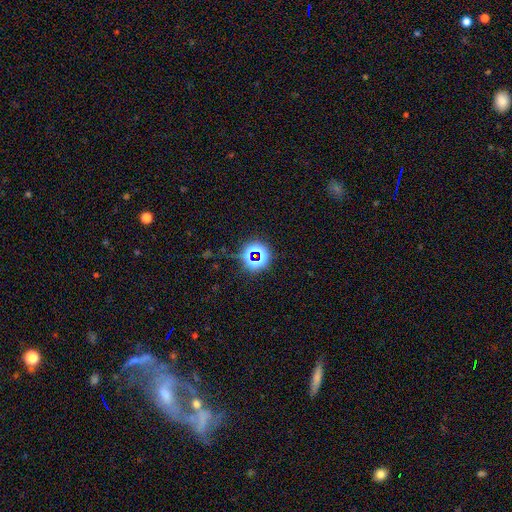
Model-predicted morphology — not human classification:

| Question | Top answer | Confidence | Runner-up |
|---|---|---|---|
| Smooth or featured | star or artifact | 70% | smooth (21%) |